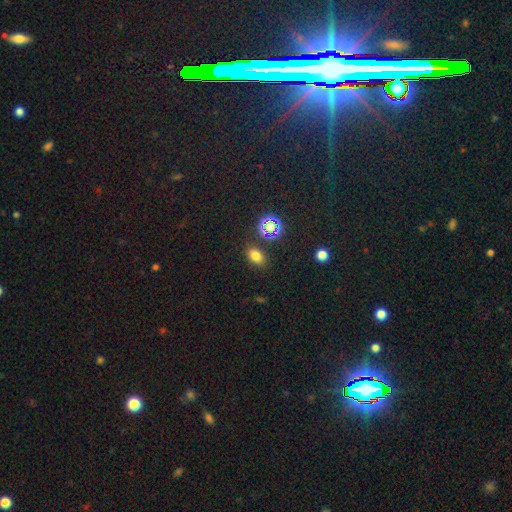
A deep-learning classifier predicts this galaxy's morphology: This is likely a smooth galaxy (72%). How rounded: likely in between (79%). Merging: clearly none (84%).